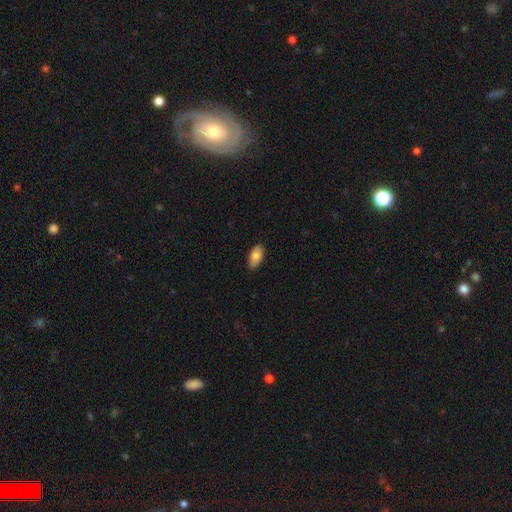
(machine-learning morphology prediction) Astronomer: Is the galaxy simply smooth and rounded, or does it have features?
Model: smooth — 80%.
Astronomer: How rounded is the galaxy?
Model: in between — 93%.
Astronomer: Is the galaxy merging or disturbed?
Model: none — 83%.